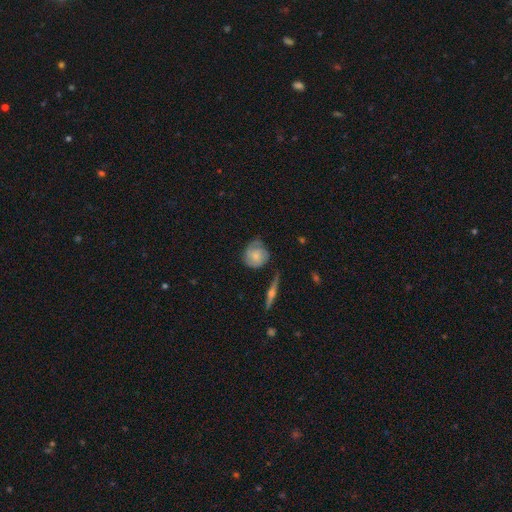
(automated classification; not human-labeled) Morphology: type=smooth (50%); roundness=round (79%); merging=none (59%).